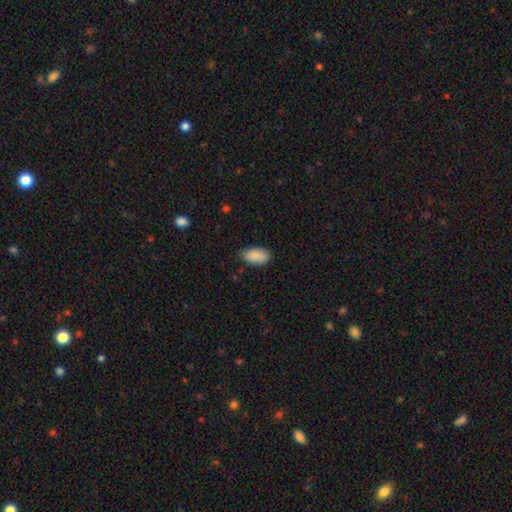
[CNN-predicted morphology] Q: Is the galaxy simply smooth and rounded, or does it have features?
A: smooth — 89%.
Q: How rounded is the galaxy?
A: in between — 94%.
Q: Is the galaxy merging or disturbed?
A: none — 78%.